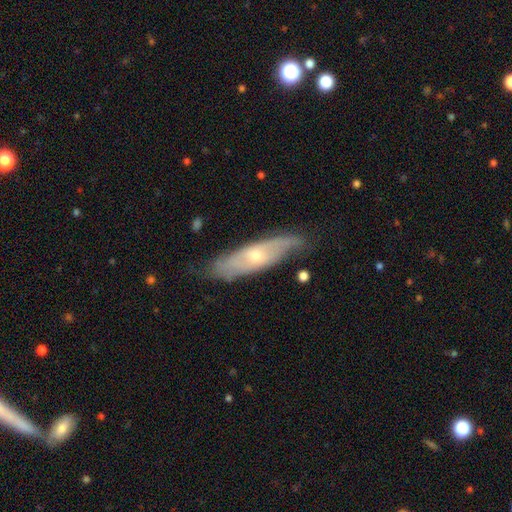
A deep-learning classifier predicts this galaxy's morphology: Smooth or featured? featured or disk (64%)
Edge-on disk? no (63%)
Merging? none (70%)